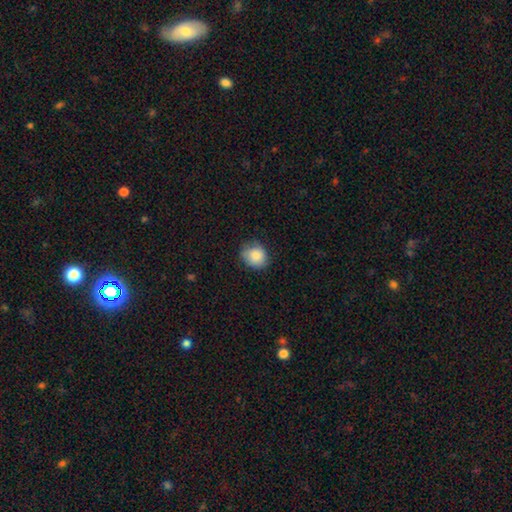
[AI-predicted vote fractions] A smooth galaxy with no disk features (84%) that is round (76%). Merging: none (74%).